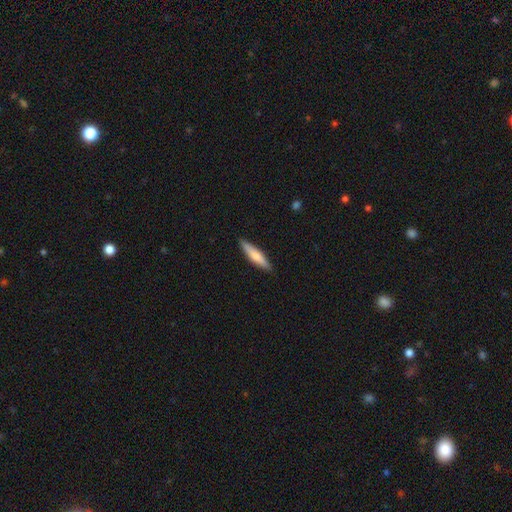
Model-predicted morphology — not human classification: Q: Smooth or featured?
A: smooth (63%); runner-up: featured or disk (32%)
Q: How rounded?
A: cigar-shaped (81%); runner-up: in between (17%)
Q: Merging?
A: none (89%); runner-up: minor disturbance (8%)